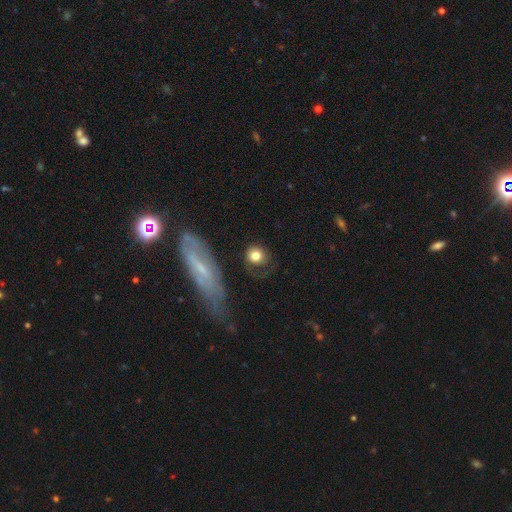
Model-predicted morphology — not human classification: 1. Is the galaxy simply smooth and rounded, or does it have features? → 75% smooth, 18% featured or disk, 7% star or artifact.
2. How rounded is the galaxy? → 81% round, 17% in between, 2% cigar-shaped.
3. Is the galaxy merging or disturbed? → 63% none, 18% minor disturbance, 13% major disturbance, 6% merger.